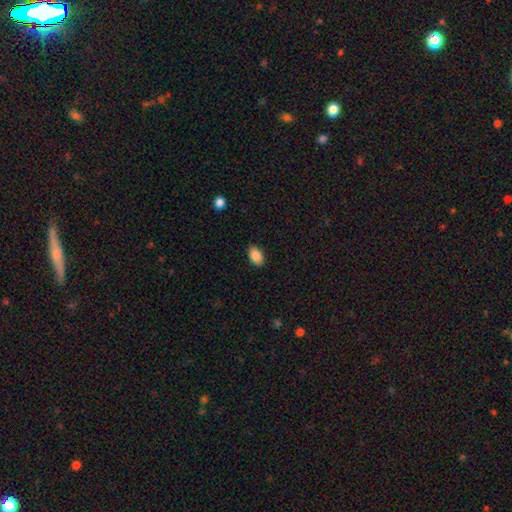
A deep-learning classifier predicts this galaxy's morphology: Smooth or featured?
  - smooth: 88% *
  - star or artifact: 8%
  - featured or disk: 5%
How rounded?
  - in between: 91% *
  - round: 7%
  - cigar-shaped: 1%
Merging?
  - none: 88% *
  - minor disturbance: 9%
  - major disturbance: 2%
  - merger: 1%